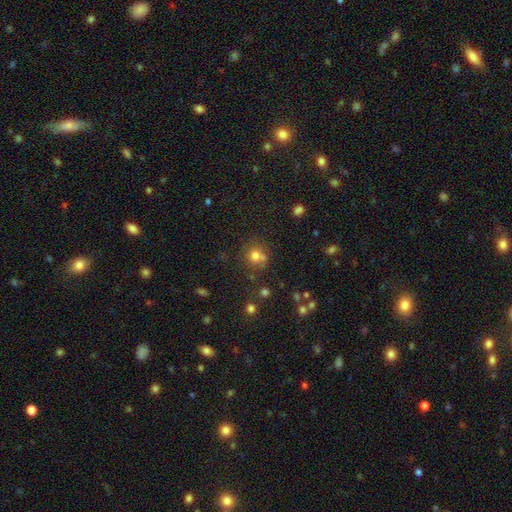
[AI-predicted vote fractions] Smooth or featured?
  - smooth: 73% *
  - star or artifact: 17%
  - featured or disk: 10%
How rounded?
  - round: 85% *
  - in between: 15%
  - cigar-shaped: 1%
Merging?
  - none: 60% *
  - merger: 23%
  - minor disturbance: 12%
  - major disturbance: 5%